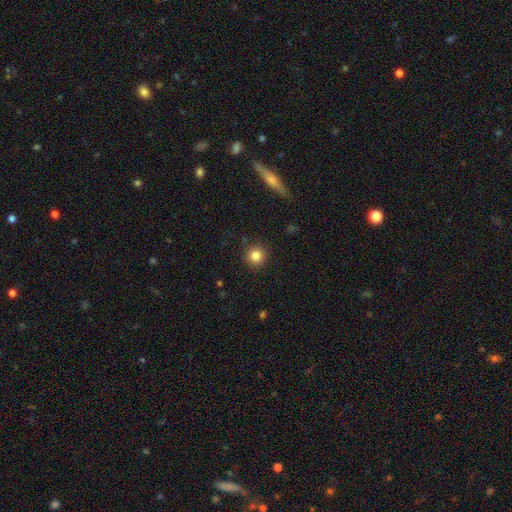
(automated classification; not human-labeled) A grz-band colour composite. It shows a smooth galaxy with no disk features (84%) that is round (94%). Merging: none (88%).